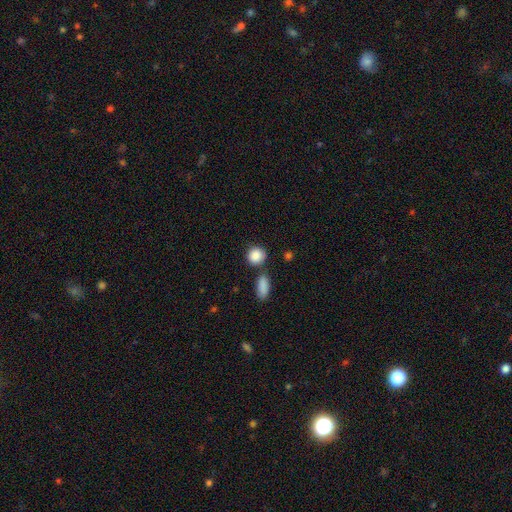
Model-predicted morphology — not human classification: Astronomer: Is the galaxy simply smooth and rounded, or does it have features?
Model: smooth — 88%.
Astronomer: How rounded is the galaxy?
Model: round — 79%.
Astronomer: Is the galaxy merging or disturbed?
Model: none — 72%.